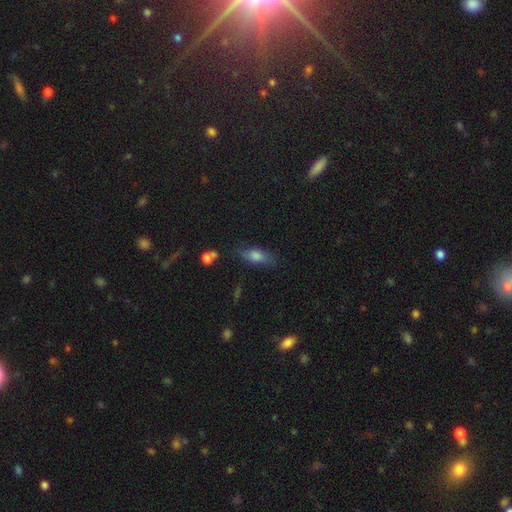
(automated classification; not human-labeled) Q: Smooth or featured?
A: smooth (70%); runner-up: featured or disk (20%)
Q: How rounded?
A: in between (75%); runner-up: cigar-shaped (21%)
Q: Merging?
A: none (69%); runner-up: minor disturbance (22%)